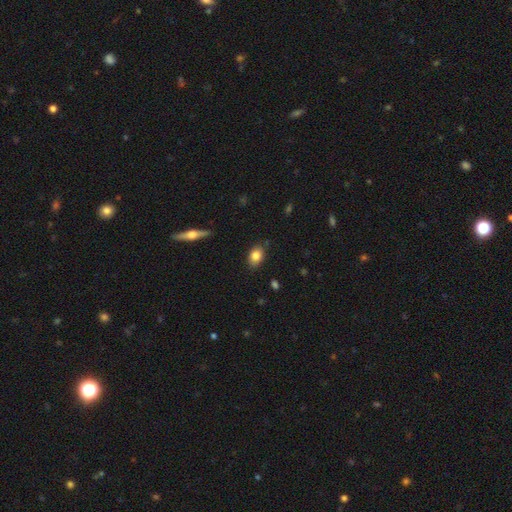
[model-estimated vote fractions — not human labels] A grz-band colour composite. It shows a smooth galaxy with no disk features (82%) that is in between round and cigar-shaped (79%). Merging: none (82%).